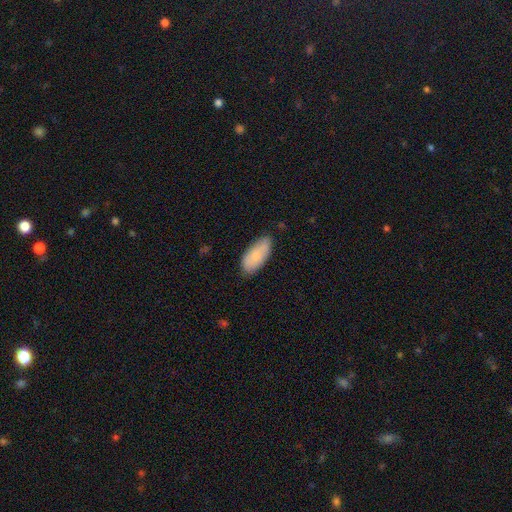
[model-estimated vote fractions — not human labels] smooth 80%, featured or disk 14%, star or artifact 6%. Down the decision tree: how rounded — in between (90%); merging — none (77%).